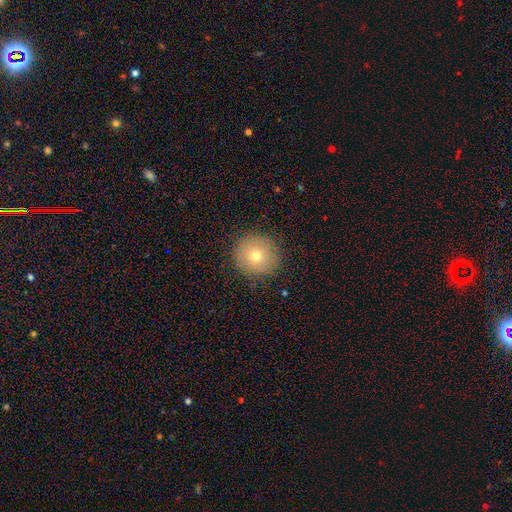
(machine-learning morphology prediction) The model was most divided on "smooth or featured": smooth: 72%, featured or disk: 16%, star or artifact: 12%. More confident: how rounded — round (93%); merging — none (88%).